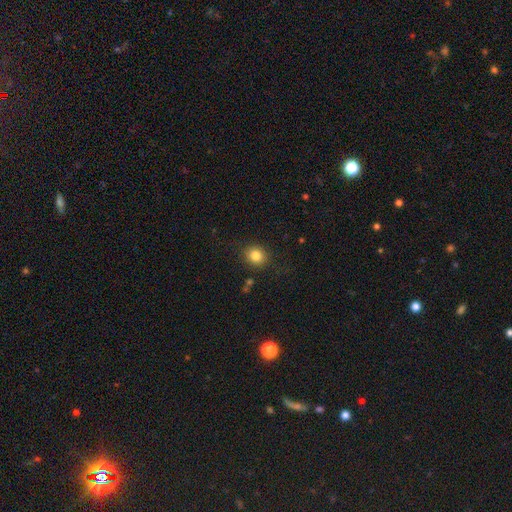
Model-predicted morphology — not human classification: Q: Smooth or featured?
A: smooth (82%); runner-up: star or artifact (11%)
Q: How rounded?
A: round (80%); runner-up: in between (19%)
Q: Merging?
A: none (87%); runner-up: minor disturbance (8%)